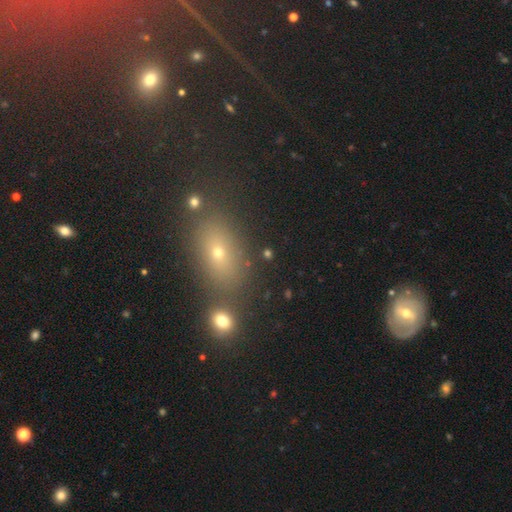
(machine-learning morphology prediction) Smooth or featured? Predicted: smooth (p=0.46). Merging? Predicted: none (p=0.81).